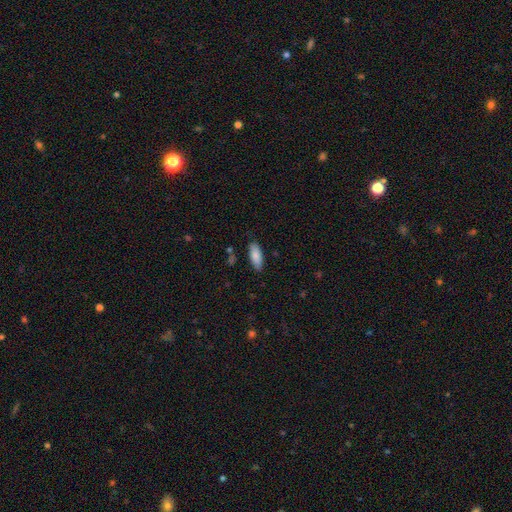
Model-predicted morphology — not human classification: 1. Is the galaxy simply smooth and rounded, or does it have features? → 85% smooth, 9% featured or disk, 6% star or artifact.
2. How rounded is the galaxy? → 74% in between, 25% cigar-shaped, 2% round.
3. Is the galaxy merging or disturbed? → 83% none, 12% minor disturbance, 2% major disturbance, 2% merger.